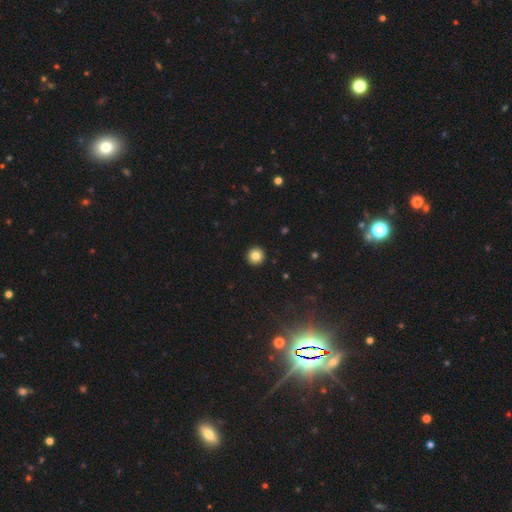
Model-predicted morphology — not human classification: Q: Smooth or featured?
A: smooth (82%); runner-up: star or artifact (11%)
Q: How rounded?
A: round (96%); runner-up: in between (3%)
Q: Merging?
A: none (94%); runner-up: minor disturbance (4%)